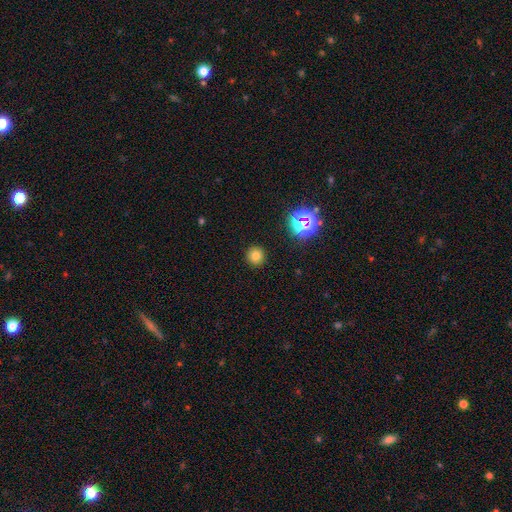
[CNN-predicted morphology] Overall: smooth (75%). How rounded: round (93%). Merging: none (92%).